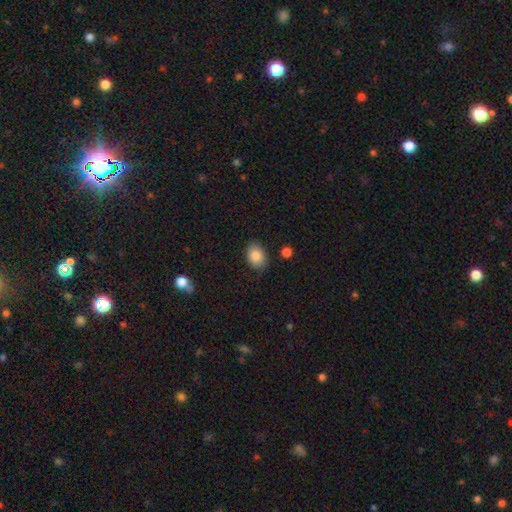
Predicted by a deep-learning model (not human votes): A smooth galaxy with no disk features (86%) that is in between round and cigar-shaped (75%).

Vote fractions:
- Smooth or featured? smooth: 86% / star or artifact: 8% / featured or disk: 7%
- How rounded? in between: 75% / round: 24% / cigar-shaped: 1%
- Merging? none: 82% / minor disturbance: 14% / major disturbance: 3% / merger: 2%